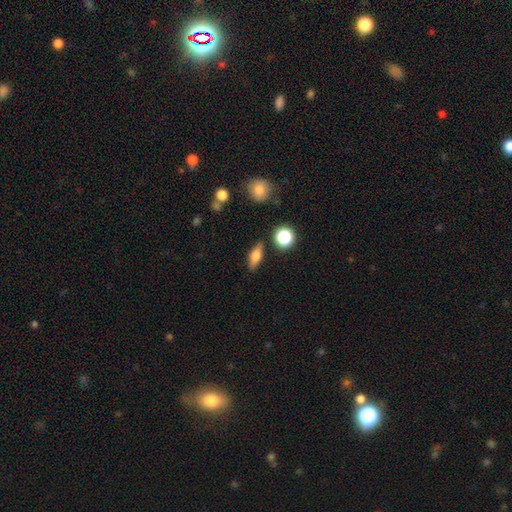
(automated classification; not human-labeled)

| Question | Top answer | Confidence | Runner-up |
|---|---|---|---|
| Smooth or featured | smooth | 63% | featured or disk (27%) |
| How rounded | in between | 61% | cigar-shaped (28%) |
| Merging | none | 85% | minor disturbance (10%) |